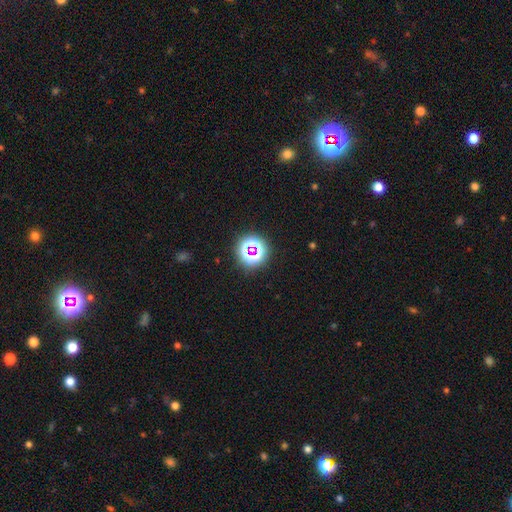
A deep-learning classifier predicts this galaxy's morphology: Smooth or featured?
  - star or artifact: 65% *
  - smooth: 25%
  - featured or disk: 10%